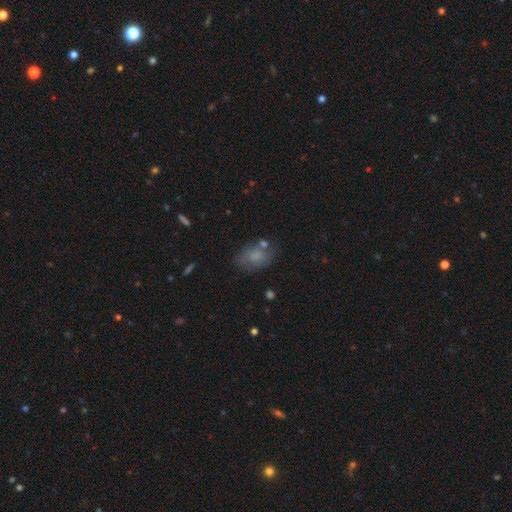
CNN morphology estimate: Overall: smooth (70%). How rounded: in between (83%). Merging: none (57%; minor disturbance 23%).